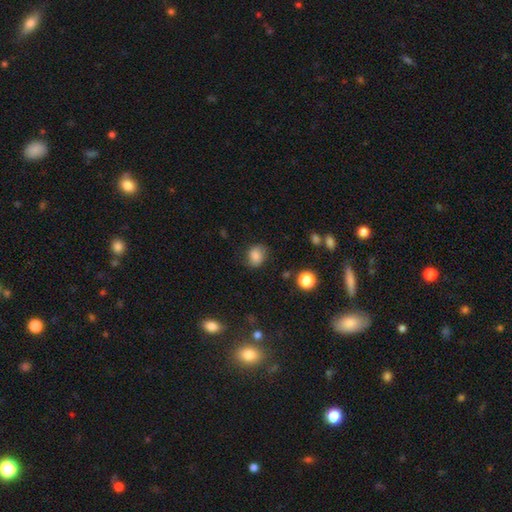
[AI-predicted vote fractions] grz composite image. It shows a smooth galaxy with no disk features (82%) that is round (52%). Merging: none (72%).